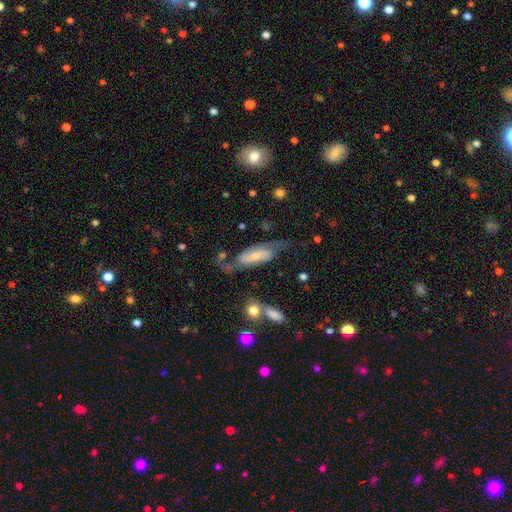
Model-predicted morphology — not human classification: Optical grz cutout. It shows a featured or disk galaxy (79%) with a weak bar (38%), 2 (90%) loose (48%) spiral arms (94%) and a small central bulge (54%). Merging: none (58%).